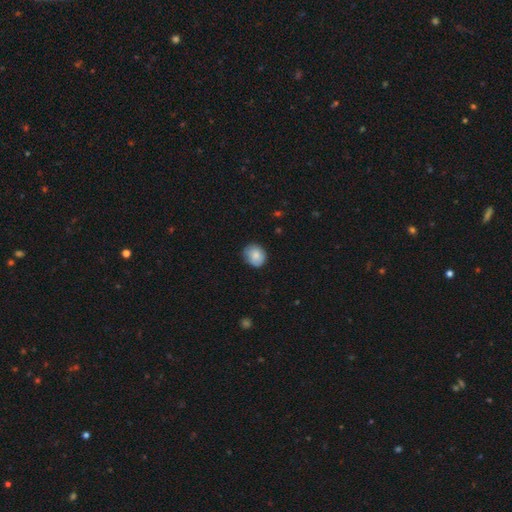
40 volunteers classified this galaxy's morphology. A smooth galaxy with no disk features (82%) that is round (64%).

Vote fractions:
- Smooth or featured? smooth: 82% / featured or disk: 10% / star or artifact: 8%
- How rounded? round: 64% / in between: 33% / cigar-shaped: 3%
- Merging? none: 78% / minor disturbance: 16% / major disturbance: 5% / merger: 0%